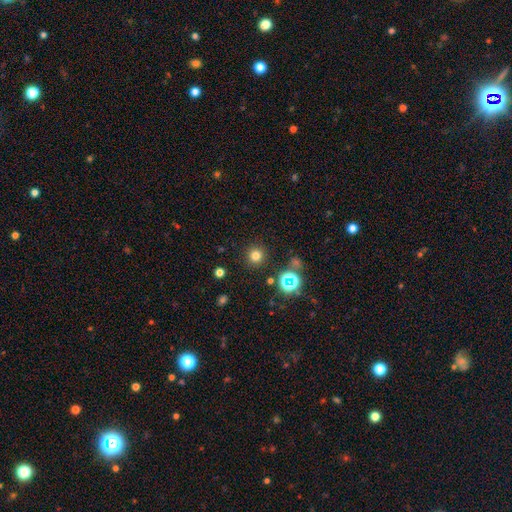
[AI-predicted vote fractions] A smooth galaxy with no disk features (74%) that is round (95%).

Vote fractions:
- Smooth or featured? smooth: 74% / star or artifact: 20% / featured or disk: 6%
- How rounded? round: 95% / in between: 4% / cigar-shaped: 1%
- Merging? none: 90% / minor disturbance: 6% / major disturbance: 3% / merger: 2%